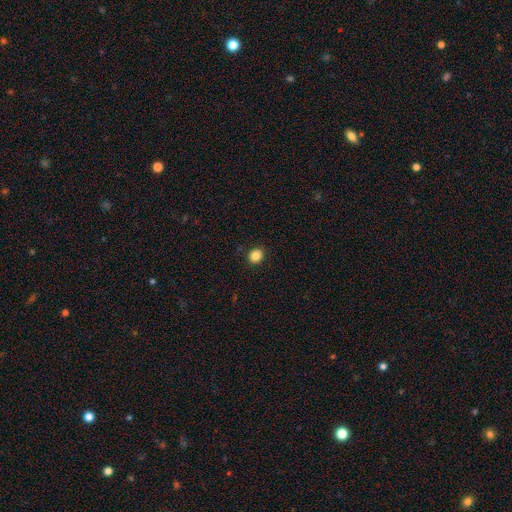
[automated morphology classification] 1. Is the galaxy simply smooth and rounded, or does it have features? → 85% smooth, 11% star or artifact, 4% featured or disk.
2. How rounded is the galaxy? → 73% round, 26% in between, 1% cigar-shaped.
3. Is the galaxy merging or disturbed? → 91% none, 7% minor disturbance, 2% major disturbance, 1% merger.